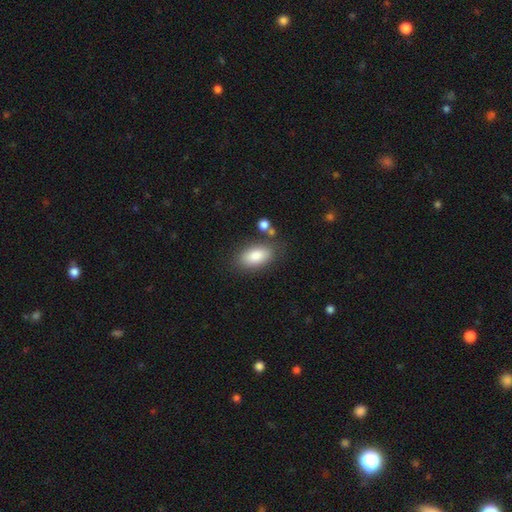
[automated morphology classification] smooth-or-featured: smooth: 84% | featured or disk: 9% | star or artifact: 7%
  how-rounded: in between: 92% | round: 4% | cigar-shaped: 4%
  merging: none: 77% | minor disturbance: 13% | merger: 6% | major disturbance: 4%